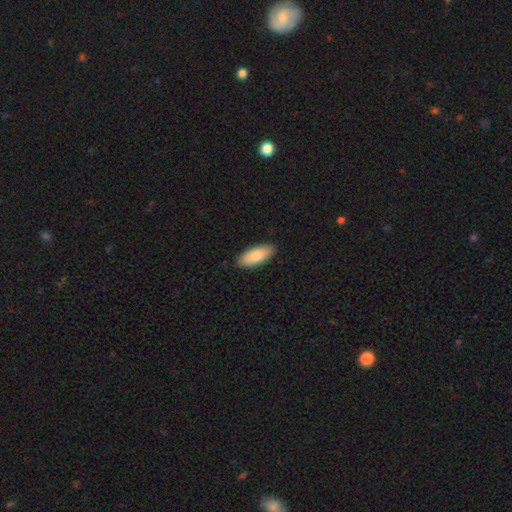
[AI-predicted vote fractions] This is clearly a smooth galaxy (85%). How rounded: clearly in between (81%). Merging: clearly none (89%).